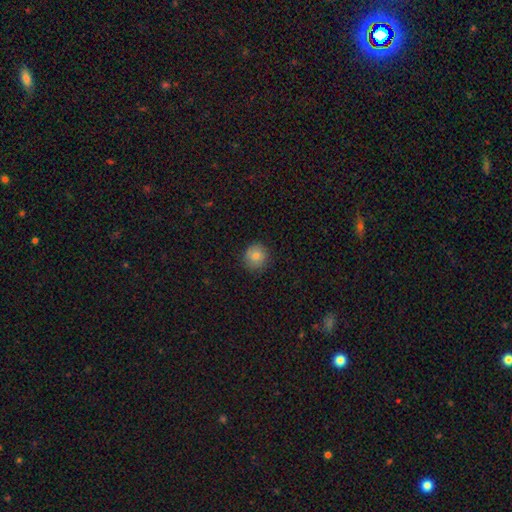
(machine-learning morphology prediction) smooth 81%, star or artifact 10%, featured or disk 9%. Down the decision tree: how rounded — round (92%); merging — none (86%).